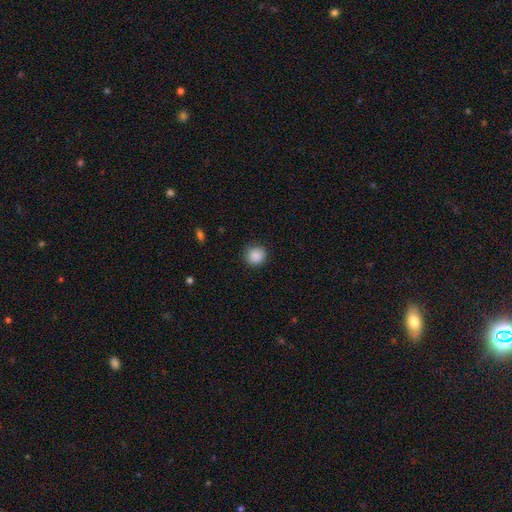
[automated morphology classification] type=smooth (88%); roundness=round (89%); merging=none (87%).